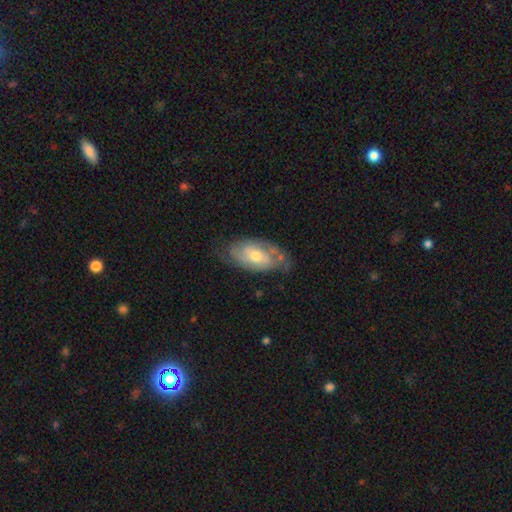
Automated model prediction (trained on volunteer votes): Overall: featured or disk (68%). Edge-on disk: no (93%). Bar: no (60%; weak 33%). Spiral arms: yes (84%). Spiral arm count: 2 (56%; can't tell 28%). Spiral winding: tight (45%; medium 39%). Bulge size: moderate (62%; small 32%). Merging: none (63%; minor disturbance 25%).